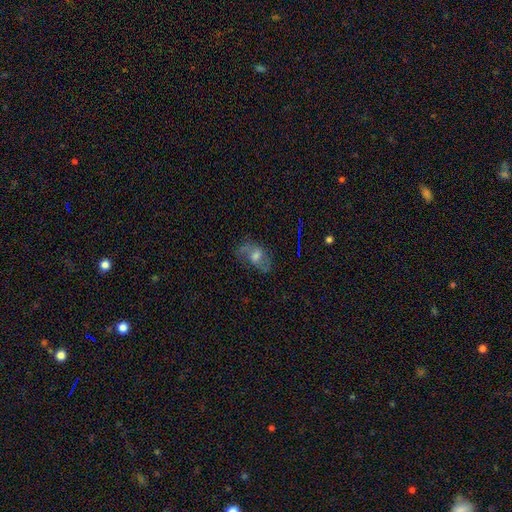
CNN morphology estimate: Smooth or featured? featured or disk (55%)
Edge-on disk? no (93%)
Bar? no (51%)
Spiral arms? yes (75%)
Bulge size? moderate (52%)
Merging? none (58%)